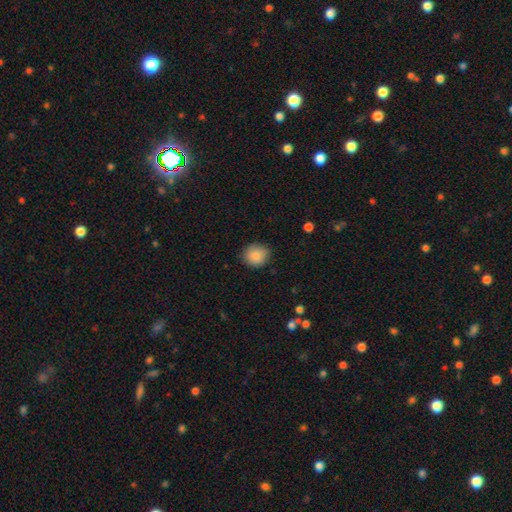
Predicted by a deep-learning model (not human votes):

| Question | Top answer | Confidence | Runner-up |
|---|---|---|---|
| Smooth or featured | smooth | 88% | star or artifact (8%) |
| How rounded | round | 82% | in between (17%) |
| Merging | none | 85% | minor disturbance (12%) |